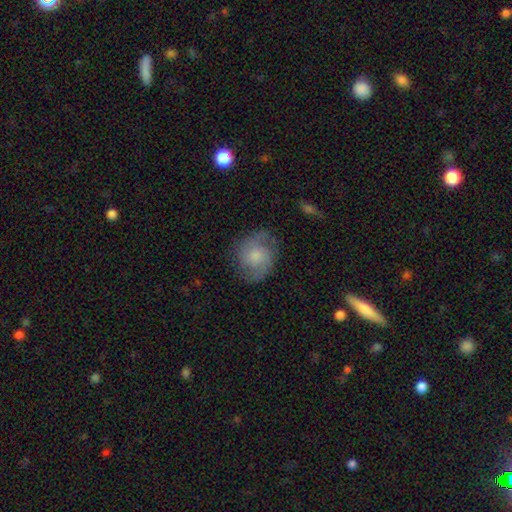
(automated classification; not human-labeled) Q: Smooth or featured?
A: featured or disk (63%); runner-up: smooth (30%)
Q: Edge-on disk?
A: no (98%); runner-up: yes (2%)
Q: Bar?
A: no (68%); runner-up: weak (28%)
Q: Spiral arms?
A: yes (91%); runner-up: no (9%)
Q: Spiral winding?
A: medium (49%); runner-up: tight (29%)
Q: Spiral arm count?
A: 2 (80%); runner-up: can't tell (9%)
Q: Bulge size?
A: moderate (41%); runner-up: small (38%)
Q: Merging?
A: none (72%); runner-up: minor disturbance (19%)